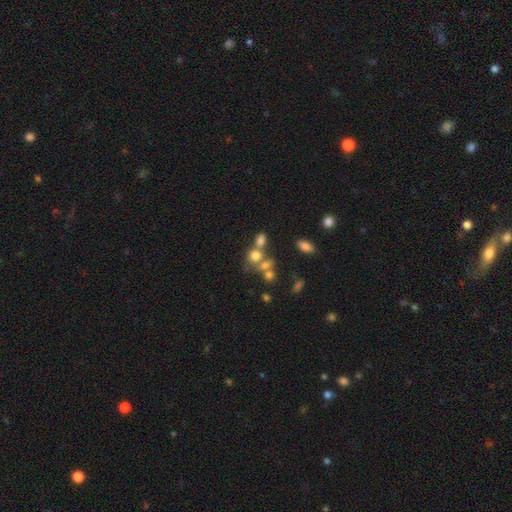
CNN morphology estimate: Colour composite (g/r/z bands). It shows a smooth galaxy with no disk features (68%) that is round (67%). Merging: merger (46%).